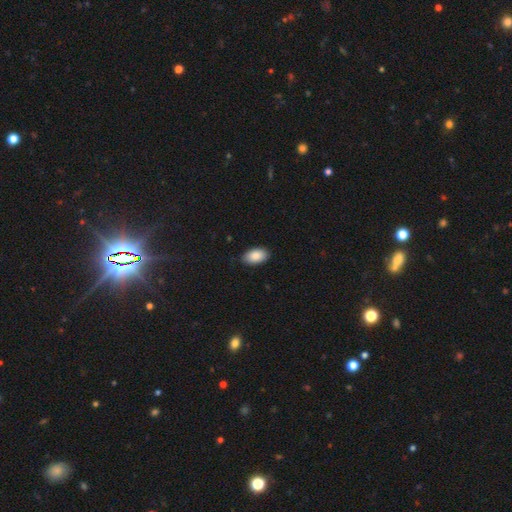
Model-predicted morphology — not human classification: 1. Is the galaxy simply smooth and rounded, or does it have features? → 88% smooth, 7% star or artifact, 5% featured or disk.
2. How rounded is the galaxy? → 94% in between, 4% round, 1% cigar-shaped.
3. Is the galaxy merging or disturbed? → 86% none, 11% minor disturbance, 2% major disturbance, 1% merger.